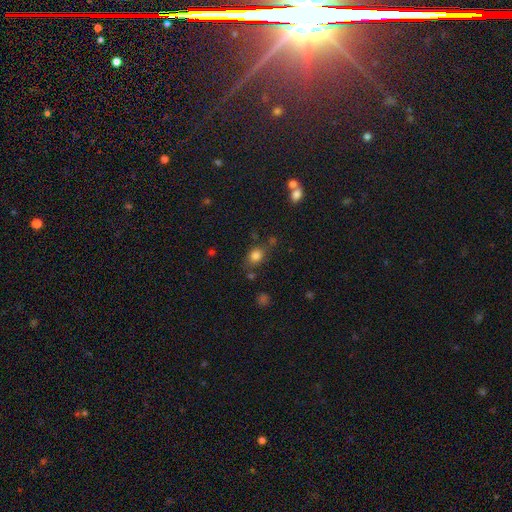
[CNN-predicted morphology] This is clearly a smooth galaxy (80%). How rounded: possibly in between (53%). Merging: likely none (67%).